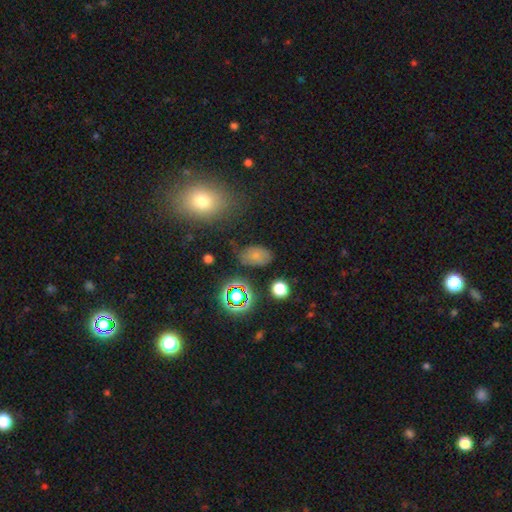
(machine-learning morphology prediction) Smooth or featured? Predicted: smooth (p=0.62). How rounded? Predicted: in between (p=0.85). Merging? Predicted: none (p=0.64).